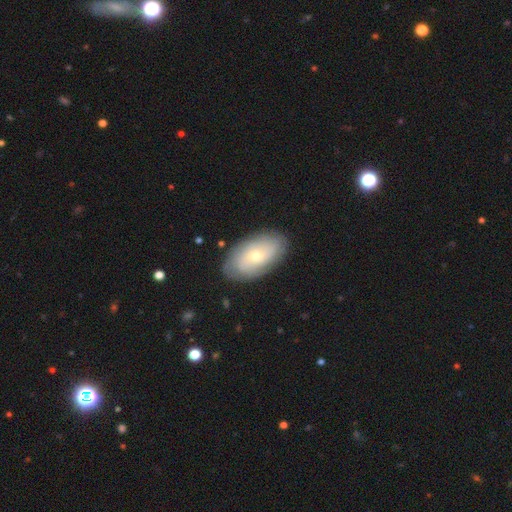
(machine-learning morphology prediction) smooth 48%, featured or disk 46%, star or artifact 7%. Down the decision tree: merging — none (84%).